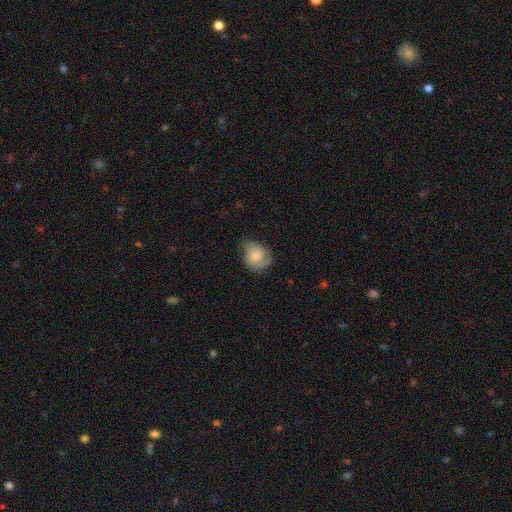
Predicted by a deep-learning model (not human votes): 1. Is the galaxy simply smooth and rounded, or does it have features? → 49% featured or disk, 44% smooth, 7% star or artifact.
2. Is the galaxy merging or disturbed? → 54% none, 31% minor disturbance, 14% major disturbance, 1% merger.